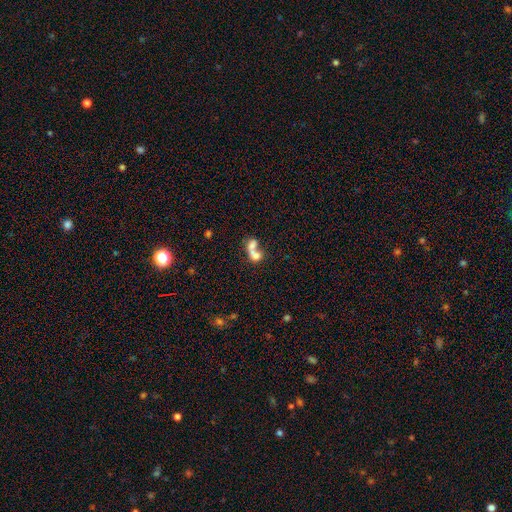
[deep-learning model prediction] Smooth or featured? smooth (63%)
How rounded? in between (59%)
Merging? merger (74%)